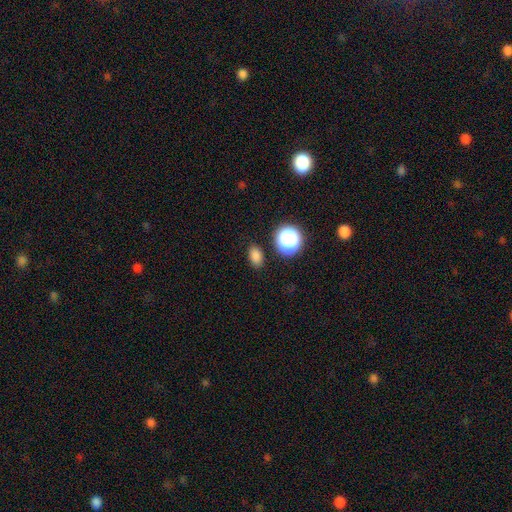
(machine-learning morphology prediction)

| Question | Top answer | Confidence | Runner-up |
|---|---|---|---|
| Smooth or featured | smooth | 81% | star or artifact (14%) |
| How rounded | in between | 78% | round (20%) |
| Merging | none | 85% | minor disturbance (9%) |